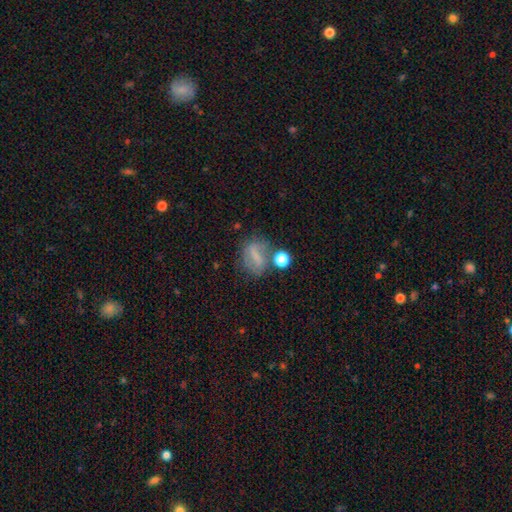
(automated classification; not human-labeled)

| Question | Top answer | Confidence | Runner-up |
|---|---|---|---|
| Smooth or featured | smooth | 54% | featured or disk (30%) |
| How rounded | in between | 50% | round (42%) |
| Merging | none | 52% | minor disturbance (20%) |